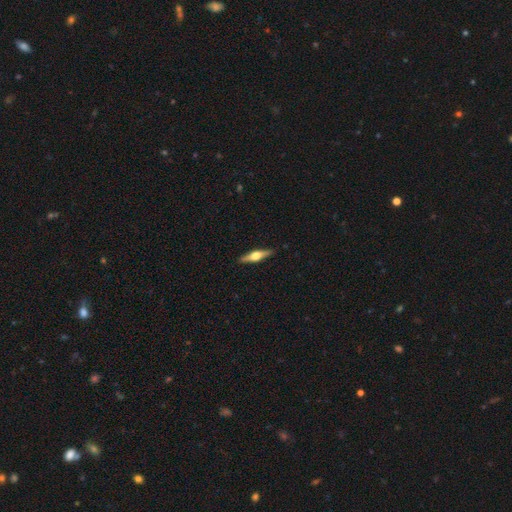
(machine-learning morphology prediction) Smooth or featured: featured or disk — 69% (smooth — 26%)
Edge-on disk: yes — 97% (no — 3%)
Edge-on bulge: rounded — 94% (boxy — 5%)
Merging: none — 90% (minor disturbance — 7%)